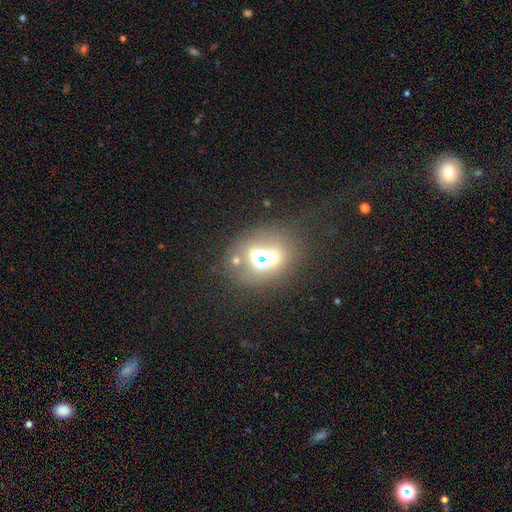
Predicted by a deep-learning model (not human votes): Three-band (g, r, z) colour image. It shows a star or artifact, not a galaxy (42%).